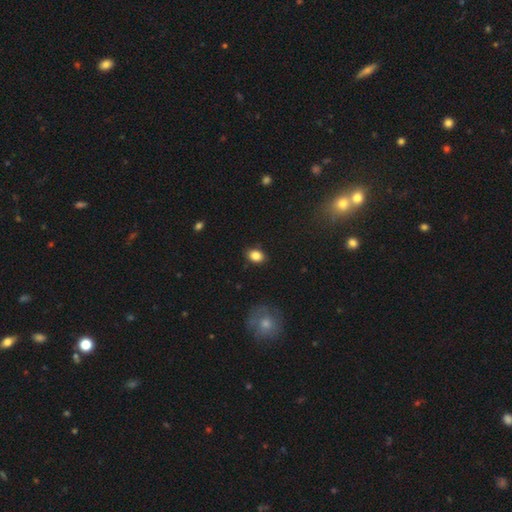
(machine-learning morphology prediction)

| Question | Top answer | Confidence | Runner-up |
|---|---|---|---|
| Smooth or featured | smooth | 85% | star or artifact (9%) |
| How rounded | in between | 68% | round (31%) |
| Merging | none | 86% | minor disturbance (10%) |